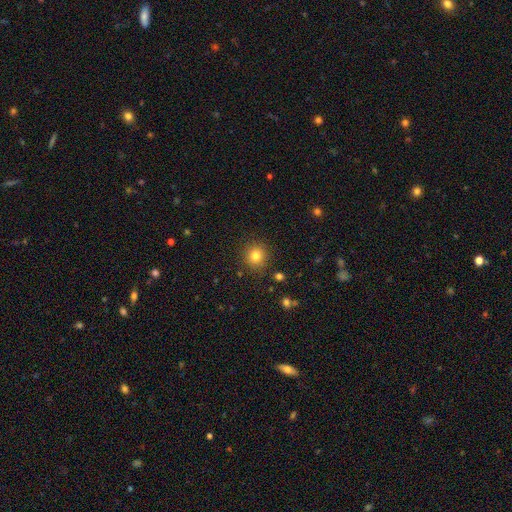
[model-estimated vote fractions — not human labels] Smooth or featured? Predicted: smooth (p=0.82). How rounded? Predicted: round (p=0.91). Merging? Predicted: none (p=0.88).